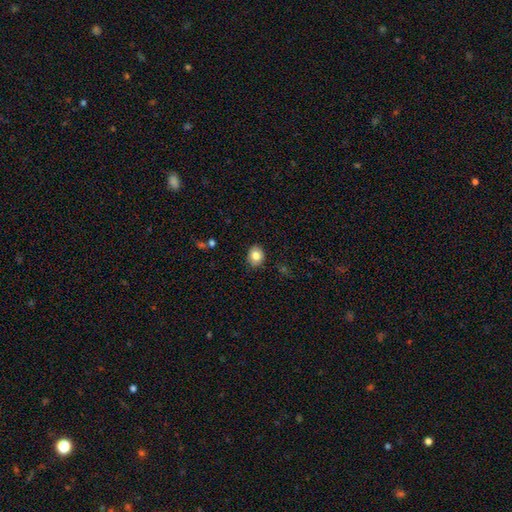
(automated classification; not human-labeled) smooth_or_featured: smooth (p=0.82) [alt: star or artifact p=0.09]
how_rounded: round (p=0.52) [alt: in between p=0.47]
merging: none (p=0.86) [alt: minor disturbance p=0.10]